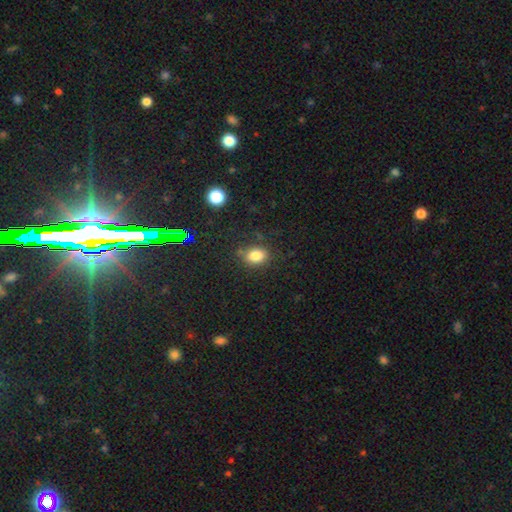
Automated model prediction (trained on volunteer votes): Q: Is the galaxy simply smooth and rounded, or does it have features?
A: smooth — 81%.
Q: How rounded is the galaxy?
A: in between — 60%.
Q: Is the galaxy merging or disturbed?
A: none — 77%.